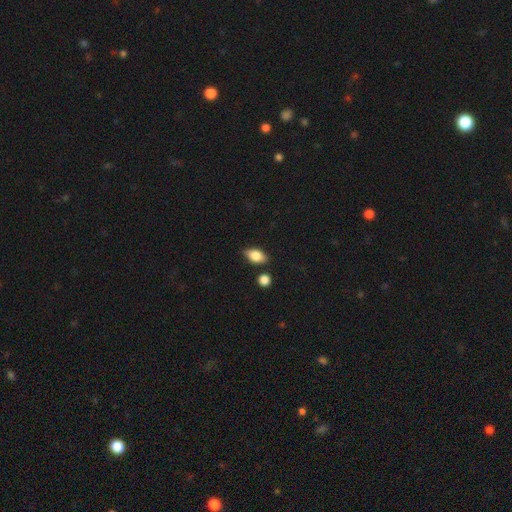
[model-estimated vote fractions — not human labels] A smooth galaxy with no disk features (82%) that is in between round and cigar-shaped (88%).

Vote fractions:
- Smooth or featured? smooth: 82% / featured or disk: 11% / star or artifact: 7%
- How rounded? in between: 88% / round: 8% / cigar-shaped: 4%
- Merging? none: 78% / minor disturbance: 14% / merger: 5% / major disturbance: 3%